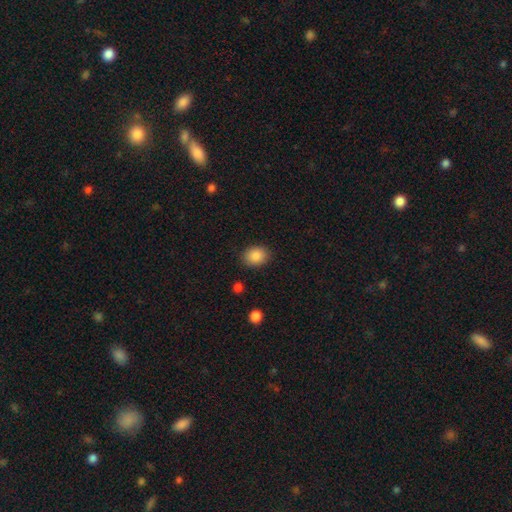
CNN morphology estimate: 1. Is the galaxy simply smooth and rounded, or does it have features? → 87% smooth, 8% star or artifact, 5% featured or disk.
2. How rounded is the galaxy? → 57% in between, 43% round, 1% cigar-shaped.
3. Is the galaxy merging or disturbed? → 87% none, 9% minor disturbance, 2% major disturbance, 1% merger.